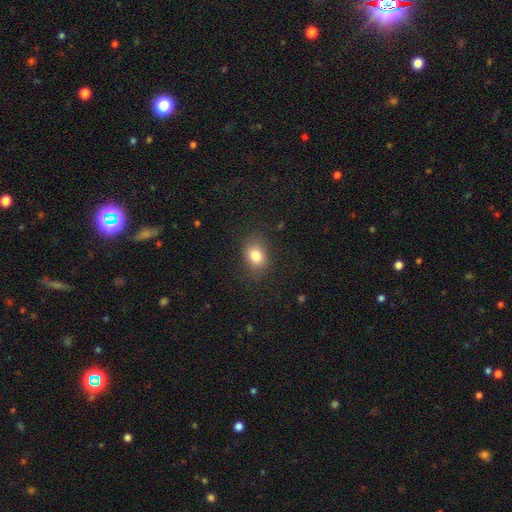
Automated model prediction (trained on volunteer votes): smooth 81%, star or artifact 11%, featured or disk 8%. Down the decision tree: how rounded — in between (62%); merging — none (81%).